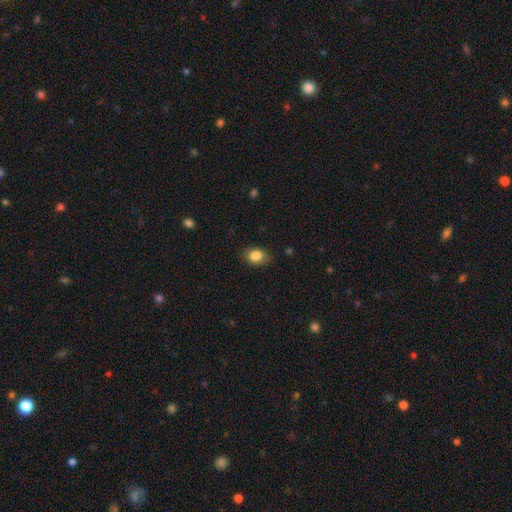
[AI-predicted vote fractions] Smooth or featured? smooth (85%)
How rounded? in between (58%)
Merging? none (79%)